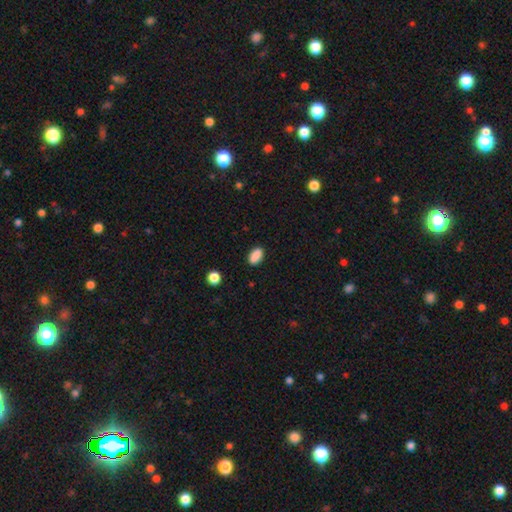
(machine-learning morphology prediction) Smooth or featured? Predicted: smooth (p=0.88). How rounded? Predicted: in between (p=0.90). Merging? Predicted: none (p=0.87).